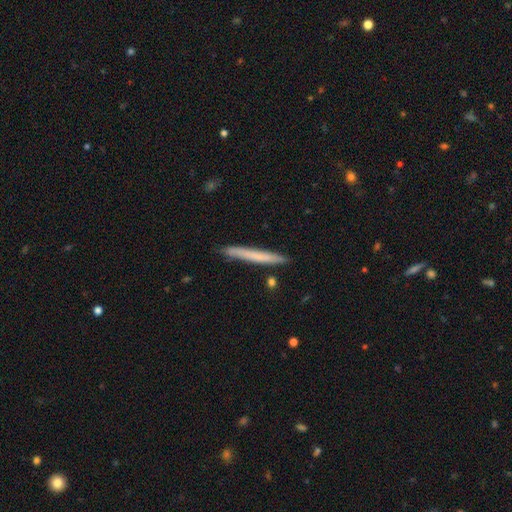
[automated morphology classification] Smooth or featured?
  - smooth: 64% *
  - featured or disk: 30%
  - star or artifact: 6%
How rounded?
  - cigar-shaped: 97% *
  - in between: 2%
  - round: 1%
Merging?
  - none: 88% *
  - minor disturbance: 9%
  - merger: 2%
  - major disturbance: 2%